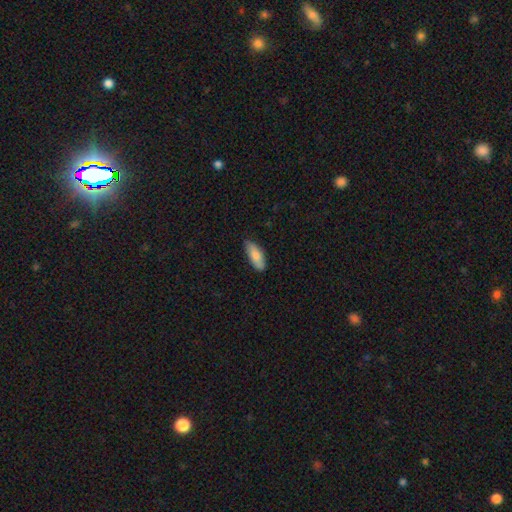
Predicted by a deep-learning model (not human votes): Morphology: type=smooth (81%); roundness=in between (77%); merging=none (79%).